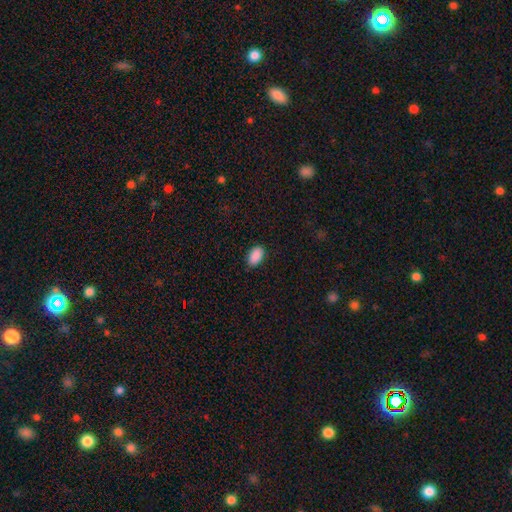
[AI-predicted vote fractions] Morphology: type=smooth (90%); roundness=in between (94%); merging=none (87%).